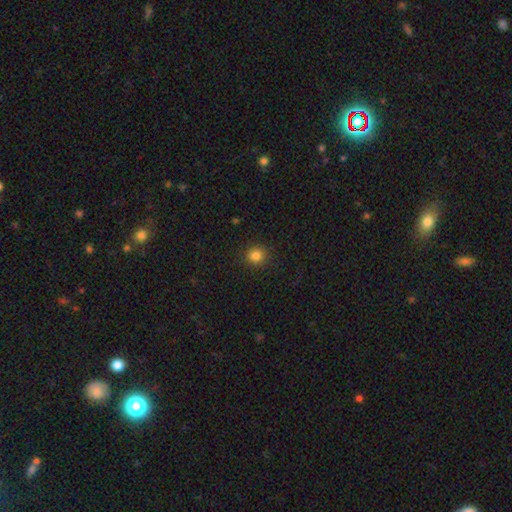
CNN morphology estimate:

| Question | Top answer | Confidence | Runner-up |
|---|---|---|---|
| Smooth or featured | smooth | 82% | star or artifact (13%) |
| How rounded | round | 90% | in between (9%) |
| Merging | none | 90% | minor disturbance (6%) |